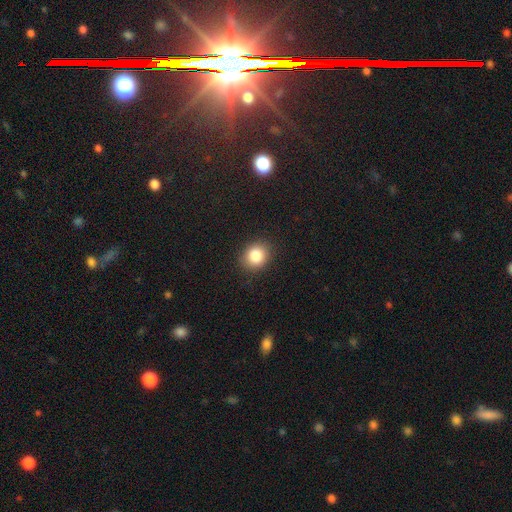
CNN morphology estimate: Smooth or featured? smooth (84%)
How rounded? round (69%)
Merging? none (88%)